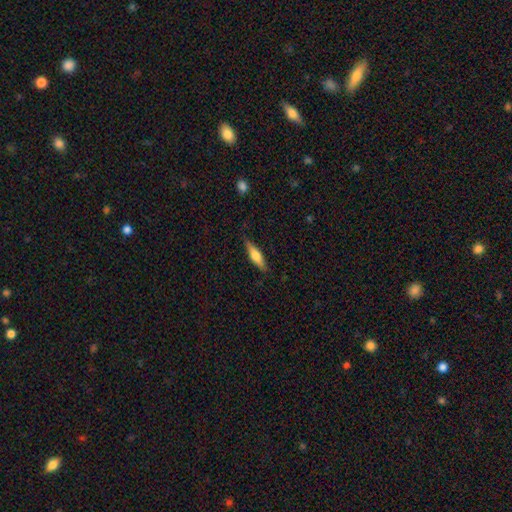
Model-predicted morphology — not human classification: smooth 54%, featured or disk 40%, star or artifact 6%. Down the decision tree: how rounded — cigar-shaped (67%); merging — none (85%).